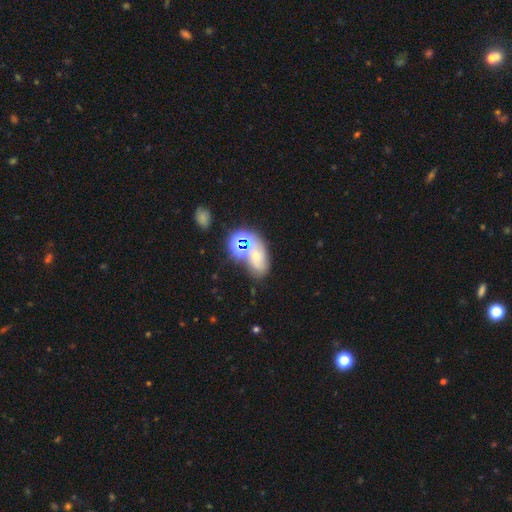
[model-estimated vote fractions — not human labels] Smooth or featured?
  - smooth: 44% *
  - star or artifact: 35%
  - featured or disk: 21%
Merging?
  - none: 45% *
  - merger: 29%
  - minor disturbance: 16%
  - major disturbance: 9%